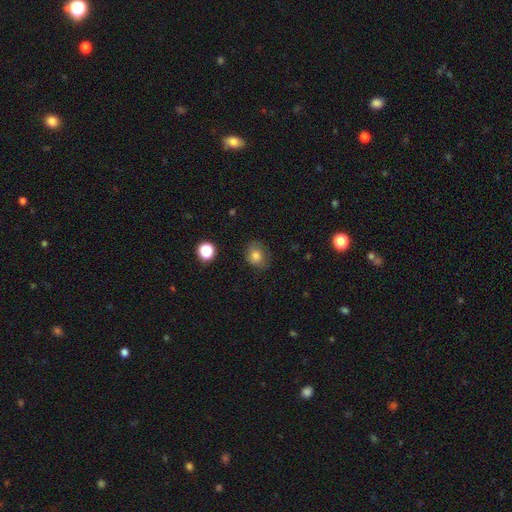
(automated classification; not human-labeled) smooth-or-featured: smooth: 78% | star or artifact: 11% | featured or disk: 11%
  how-rounded: round: 57% | in between: 42% | cigar-shaped: 1%
  merging: none: 72% | minor disturbance: 20% | major disturbance: 6% | merger: 2%